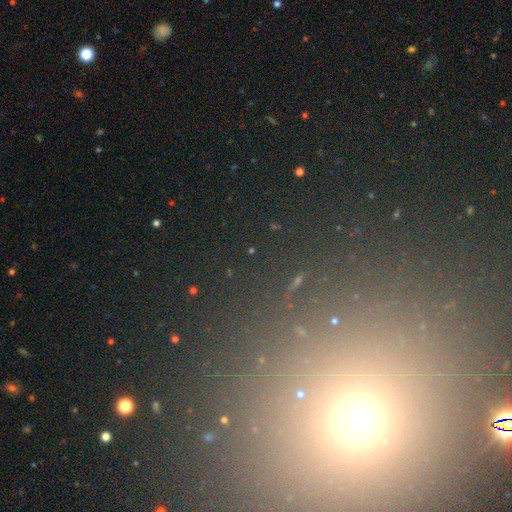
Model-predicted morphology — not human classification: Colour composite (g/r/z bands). It shows a star or artifact, not a galaxy (53%).